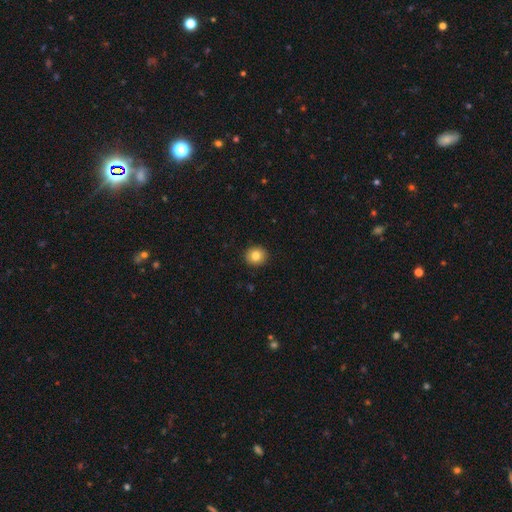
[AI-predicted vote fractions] The model was most divided on "smooth or featured": smooth: 83%, star or artifact: 9%, featured or disk: 7%. More confident: merging — none (92%); how rounded — round (88%).